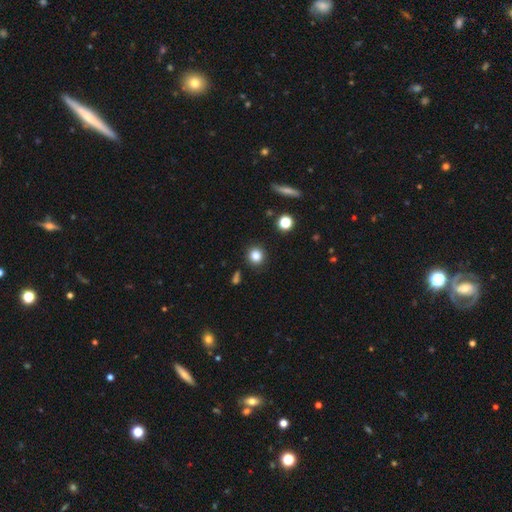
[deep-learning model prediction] A smooth galaxy with no disk features (83%) that is round (90%). Merging: none (89%).